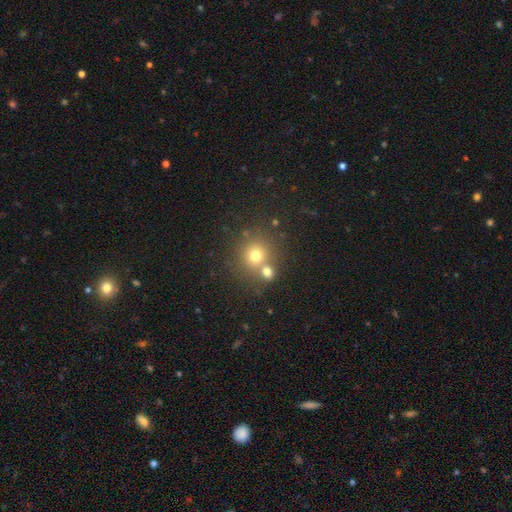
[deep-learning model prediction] smooth_or_featured: smooth (p=0.71) [alt: star or artifact p=0.17]
how_rounded: round (p=0.88) [alt: in between p=0.11]
merging: none (p=0.58) [alt: merger p=0.31]